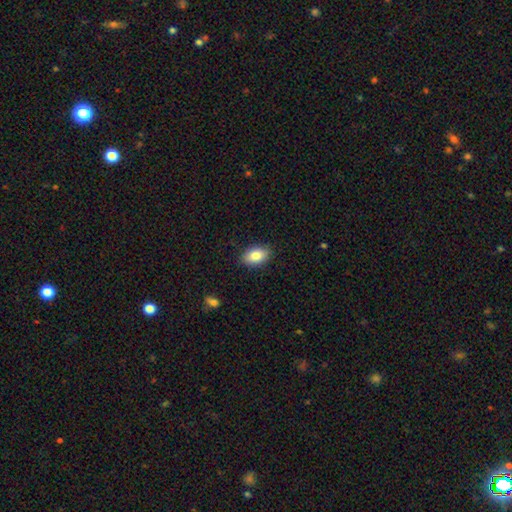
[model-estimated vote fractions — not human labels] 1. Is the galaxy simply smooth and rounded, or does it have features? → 83% smooth, 9% featured or disk, 7% star or artifact.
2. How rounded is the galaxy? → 89% in between, 10% round, 2% cigar-shaped.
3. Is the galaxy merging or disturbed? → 88% none, 9% minor disturbance, 2% major disturbance, 1% merger.